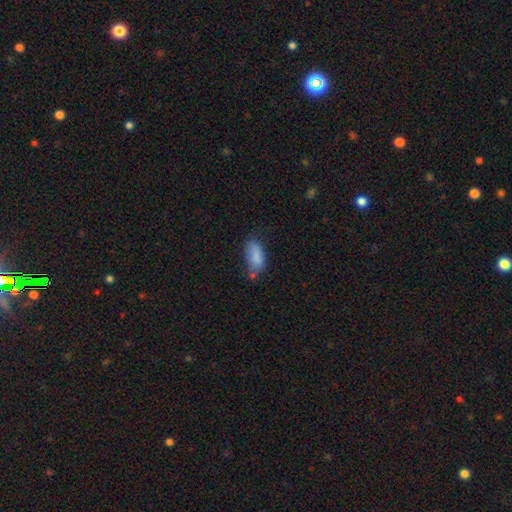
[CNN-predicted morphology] The model was most divided on "merging": none: 50%, minor disturbance: 31%, major disturbance: 11%, merger: 8%. More confident: how rounded — in between (88%); smooth or featured — smooth (83%).